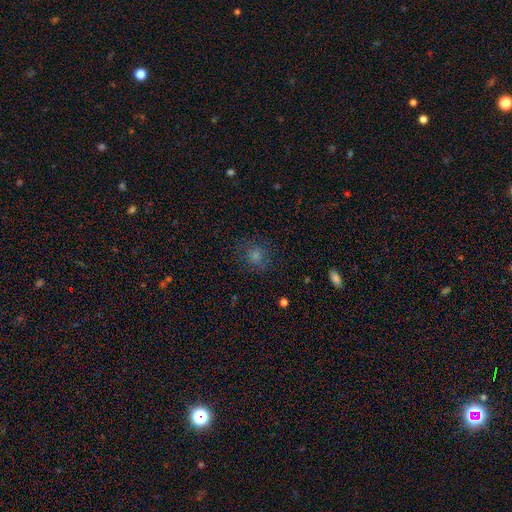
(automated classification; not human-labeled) Smooth or featured?
  - smooth: 74% *
  - star or artifact: 16%
  - featured or disk: 10%
How rounded?
  - round: 76% *
  - in between: 23%
  - cigar-shaped: 1%
Merging?
  - none: 75% *
  - minor disturbance: 15%
  - major disturbance: 9%
  - merger: 1%